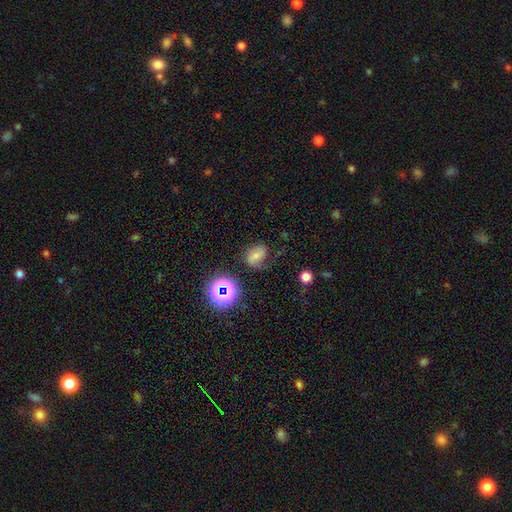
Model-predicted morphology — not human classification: This is possibly a smooth galaxy (58%). How rounded: likely in between (64%). Merging: possibly none (56%).